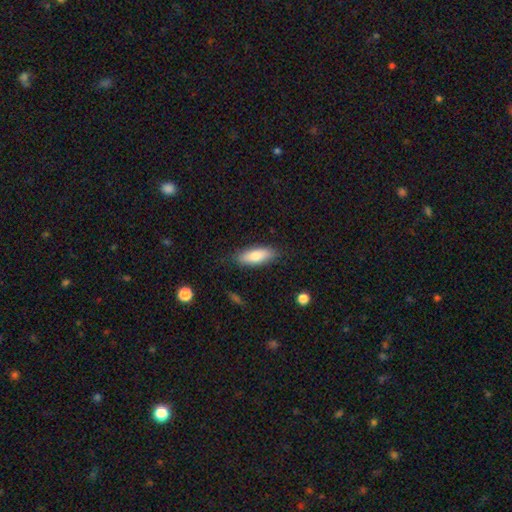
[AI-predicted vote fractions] The model was most divided on "how rounded": in between: 68%, cigar-shaped: 30%, round: 2%. More confident: merging — none (81%); smooth or featured — smooth (79%).